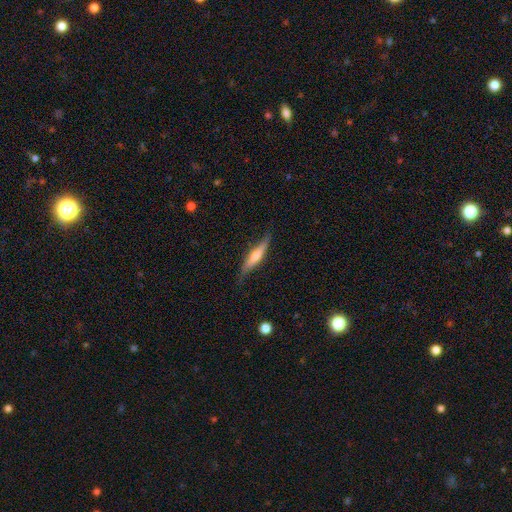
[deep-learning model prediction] smooth-or-featured: featured or disk: 51% | smooth: 43% | star or artifact: 6%
  disk-edge-on: yes: 90% | no: 10%
  merging: none: 75% | minor disturbance: 19% | major disturbance: 4% | merger: 1%